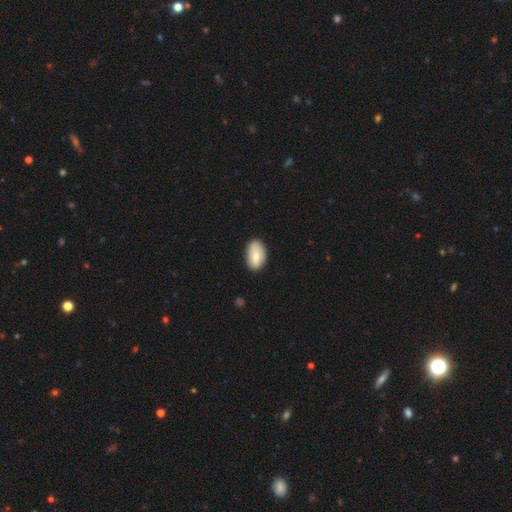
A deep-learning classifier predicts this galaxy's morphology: A smooth galaxy with no disk features (75%) that is in between round and cigar-shaped (93%).

Vote fractions:
- Smooth or featured? smooth: 75% / featured or disk: 18% / star or artifact: 6%
- How rounded? in between: 93% / round: 6% / cigar-shaped: 2%
- Merging? none: 83% / minor disturbance: 13% / major disturbance: 2% / merger: 1%